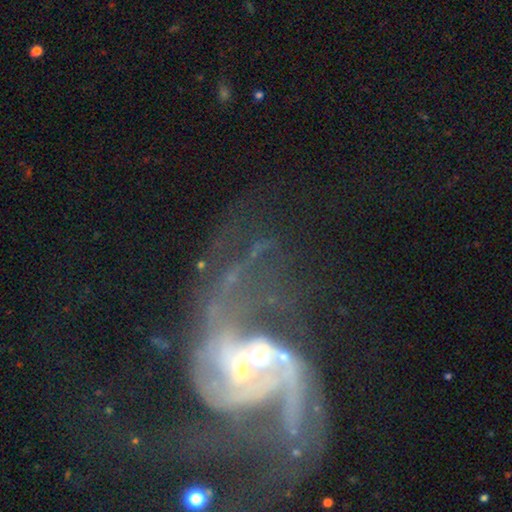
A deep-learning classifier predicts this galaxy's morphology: A featured or disk galaxy (84%) with no bar (53%), 2 (54%) loose (59%) spiral arms (88%) and a small central bulge (51%). Merging: merger (50%).